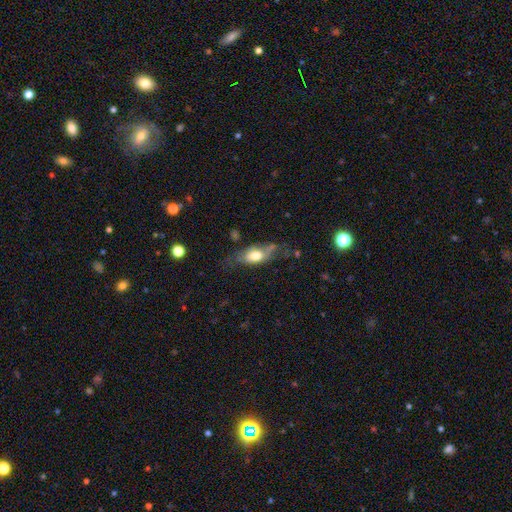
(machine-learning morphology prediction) This appears to be a smooth galaxy with no disk features (60%) that is in between round and cigar-shaped (79%). Merging: none (47%).